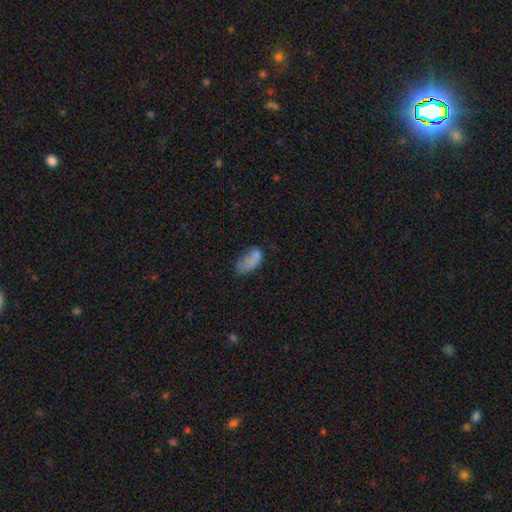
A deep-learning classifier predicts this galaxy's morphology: Smooth or featured: smooth — 70% (featured or disk — 19%)
How rounded: in between — 91% (round — 5%)
Merging: none — 33% (major disturbance — 28%)